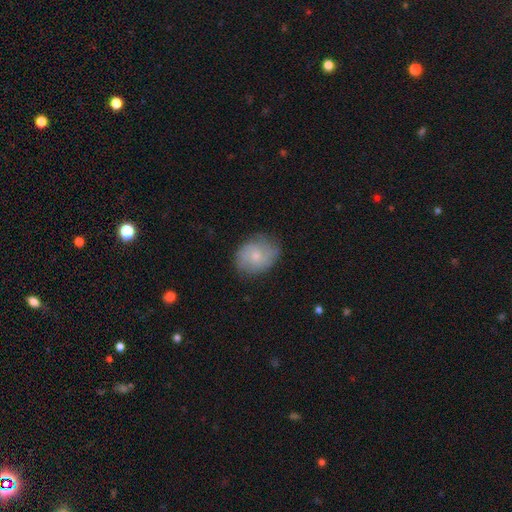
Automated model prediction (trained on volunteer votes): Smooth or featured: smooth — 58% (featured or disk — 34%)
How rounded: round — 54% (in between — 45%)
Merging: none — 70% (minor disturbance — 23%)